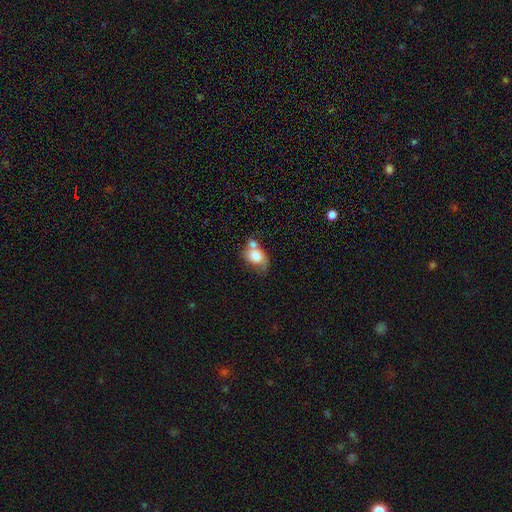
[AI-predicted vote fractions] Q: Smooth or featured?
A: smooth (72%); runner-up: featured or disk (20%)
Q: How rounded?
A: in between (64%); runner-up: round (35%)
Q: Merging?
A: merger (44%); runner-up: none (26%)